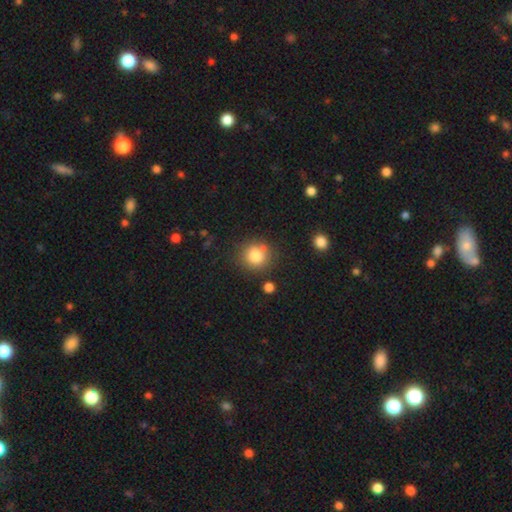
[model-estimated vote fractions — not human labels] Q: Smooth or featured?
A: smooth (82%); runner-up: star or artifact (11%)
Q: How rounded?
A: round (90%); runner-up: in between (9%)
Q: Merging?
A: none (76%); runner-up: minor disturbance (13%)